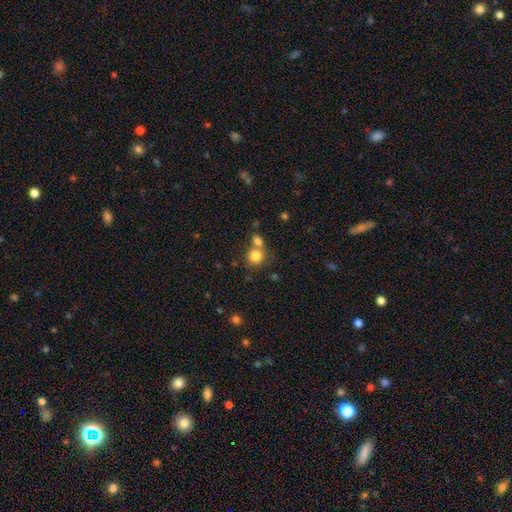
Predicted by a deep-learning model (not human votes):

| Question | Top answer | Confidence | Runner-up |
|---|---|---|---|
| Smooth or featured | smooth | 82% | star or artifact (11%) |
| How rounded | round | 85% | in between (14%) |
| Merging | none | 52% | merger (36%) |